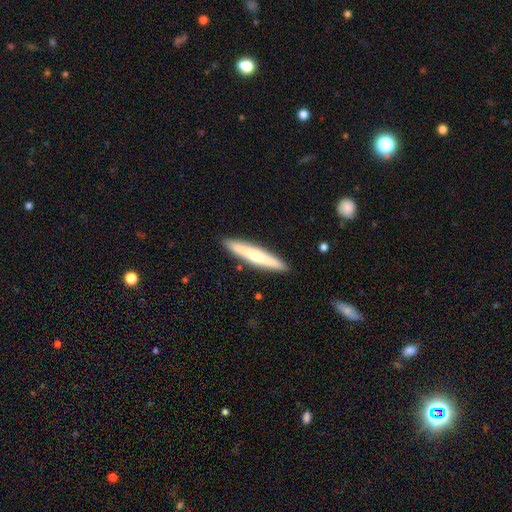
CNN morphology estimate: Q: Smooth or featured?
A: smooth (50%); runner-up: featured or disk (43%)
Q: How rounded?
A: cigar-shaped (92%); runner-up: in between (7%)
Q: Merging?
A: none (90%); runner-up: minor disturbance (8%)